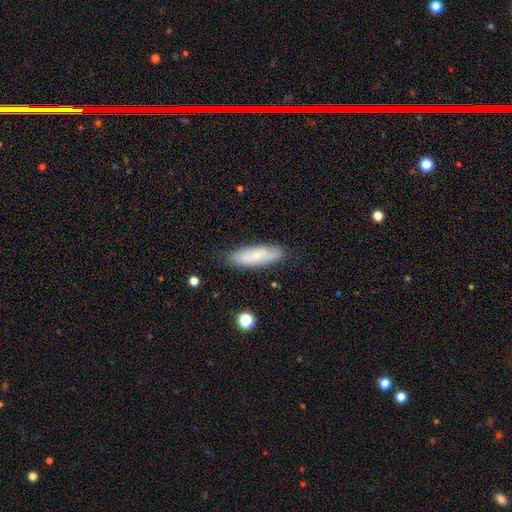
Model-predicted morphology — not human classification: smooth-or-featured: smooth: 62% | featured or disk: 31% | star or artifact: 7%
  how-rounded: in between: 53% | cigar-shaped: 45% | round: 2%
  merging: none: 80% | minor disturbance: 15% | major disturbance: 3% | merger: 2%